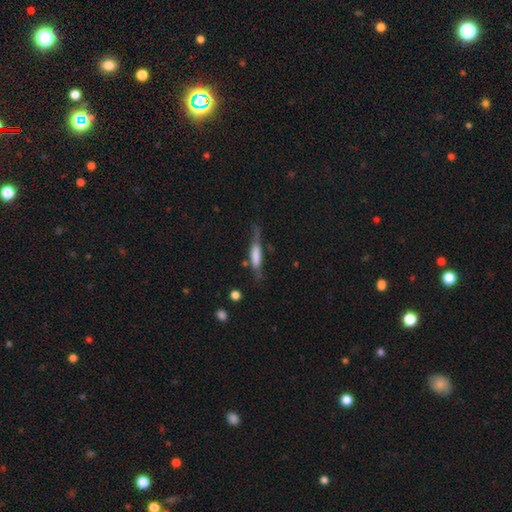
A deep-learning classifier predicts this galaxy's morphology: A smooth galaxy with no disk features (52%) that is cigar-shaped (76%).

Vote fractions:
- Smooth or featured? smooth: 52% / featured or disk: 41% / star or artifact: 7%
- How rounded? cigar-shaped: 76% / in between: 21% / round: 2%
- Merging? none: 56% / minor disturbance: 27% / major disturbance: 13% / merger: 4%